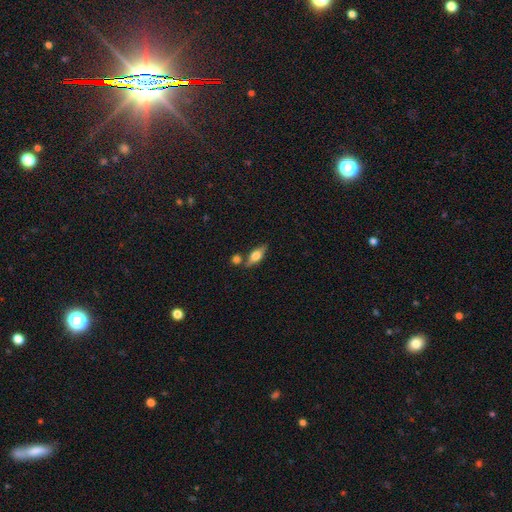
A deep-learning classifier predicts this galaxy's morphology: The model was most divided on "smooth or featured": featured or disk: 47%, smooth: 45%, star or artifact: 8%. More confident: merging — none (72%).